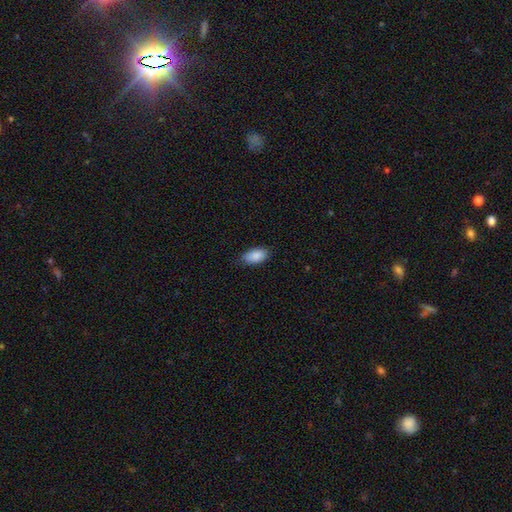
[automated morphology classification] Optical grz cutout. It shows a smooth galaxy with no disk features (89%) that is in between round and cigar-shaped (93%). Merging: none (81%).